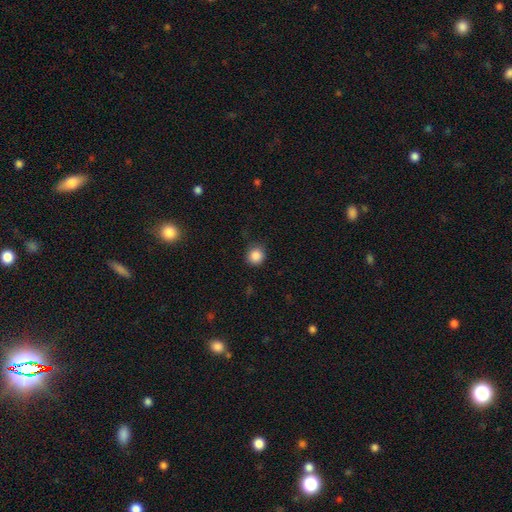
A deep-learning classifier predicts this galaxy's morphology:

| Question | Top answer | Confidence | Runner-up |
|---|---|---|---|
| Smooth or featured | smooth | 86% | star or artifact (10%) |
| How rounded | round | 91% | in between (9%) |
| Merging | none | 83% | minor disturbance (13%) |